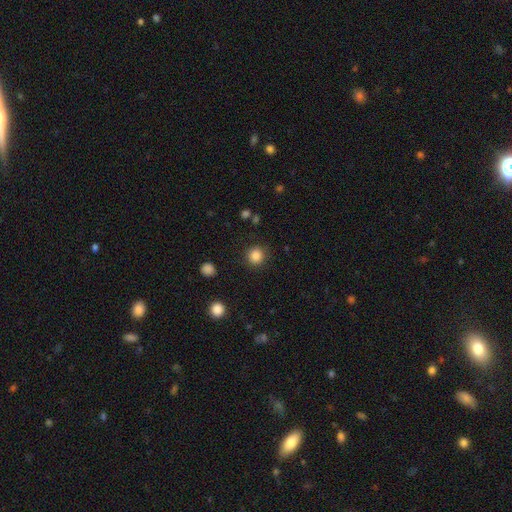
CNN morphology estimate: smooth 85%, star or artifact 11%, featured or disk 4%. Down the decision tree: how rounded — round (92%); merging — none (89%).